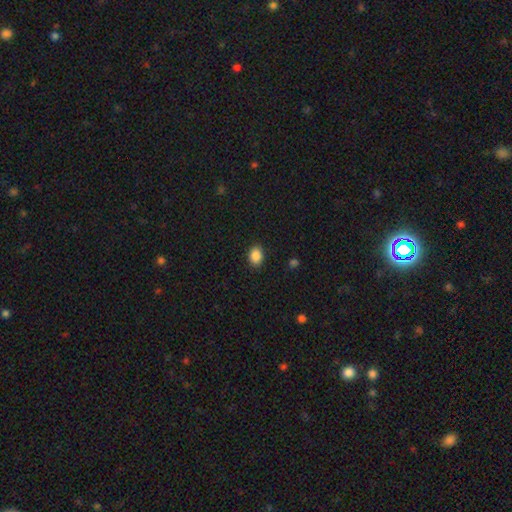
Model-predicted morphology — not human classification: A smooth galaxy with no disk features (87%) that is in between round and cigar-shaped (65%).

Vote fractions:
- Smooth or featured? smooth: 87% / star or artifact: 9% / featured or disk: 4%
- How rounded? in between: 65% / round: 35% / cigar-shaped: 1%
- Merging? none: 89% / minor disturbance: 7% / major disturbance: 2% / merger: 1%